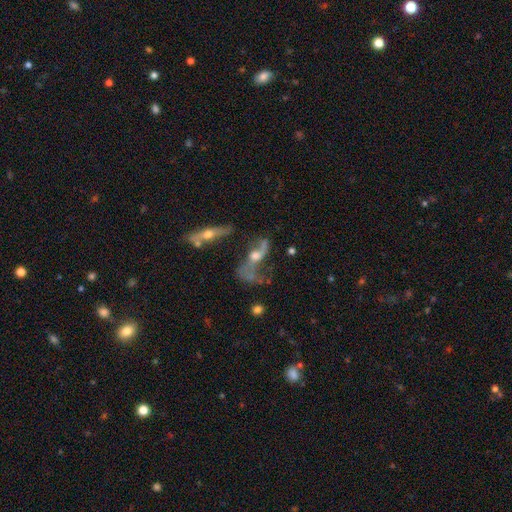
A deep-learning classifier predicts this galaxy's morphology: featured or disk 73%, smooth 16%, star or artifact 12%. Down the decision tree: edge-on disk — no (77%); bar — no (67%); spiral arms — yes (69%); bulge size — moderate (51%); merging — none (34%).